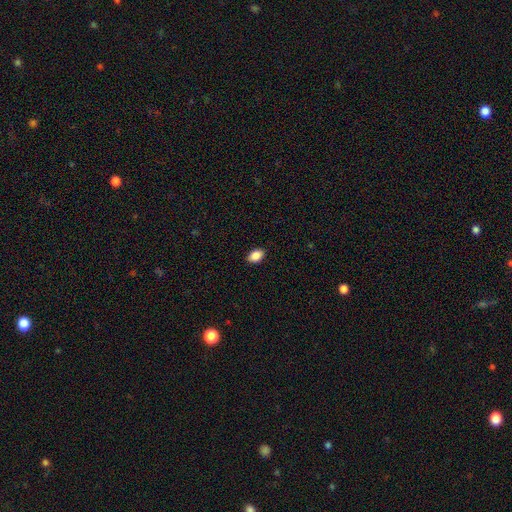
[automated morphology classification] A smooth galaxy with no disk features (88%) that is in between round and cigar-shaped (86%). Merging: none (89%).